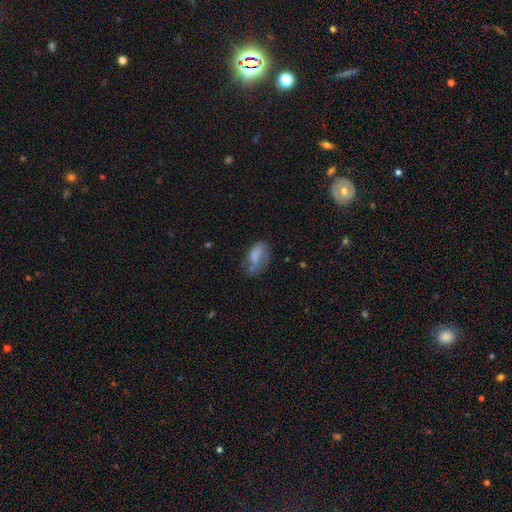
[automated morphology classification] Q: Smooth or featured?
A: smooth (68%); runner-up: featured or disk (23%)
Q: How rounded?
A: in between (88%); runner-up: round (6%)
Q: Merging?
A: none (38%); runner-up: minor disturbance (31%)